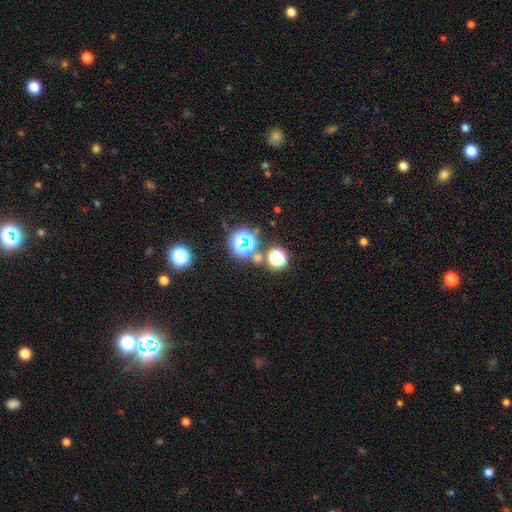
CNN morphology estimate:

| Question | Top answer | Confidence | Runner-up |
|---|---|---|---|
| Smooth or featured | star or artifact | 70% | smooth (22%) |